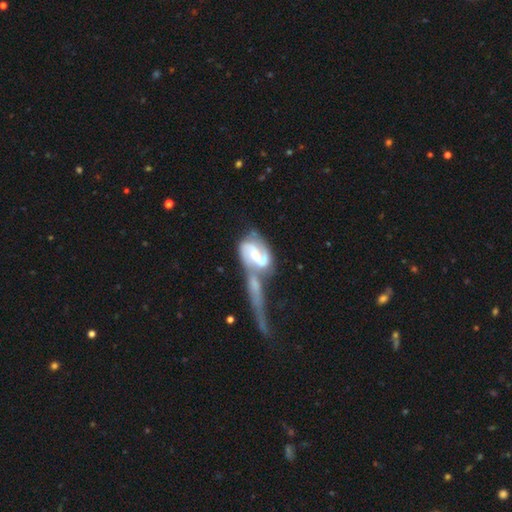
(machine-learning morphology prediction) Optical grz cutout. It shows a featured or disk galaxy (82%) with a weak bar (43%), 2 (87%) medium (47%) spiral arms (94%) and a small central bulge (40%). Merging: merger (58%).